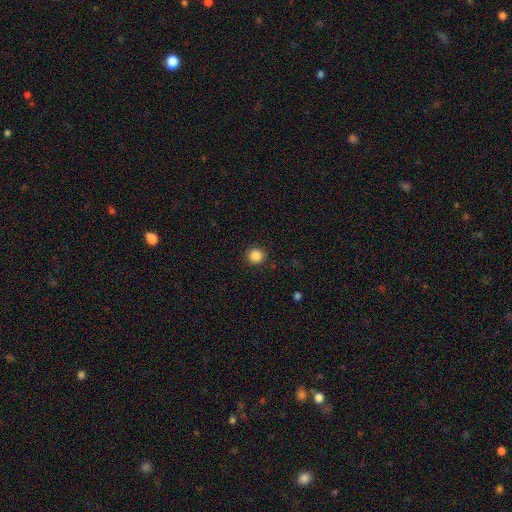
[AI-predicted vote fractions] Morphology: type=smooth (86%); roundness=round (91%); merging=none (91%).